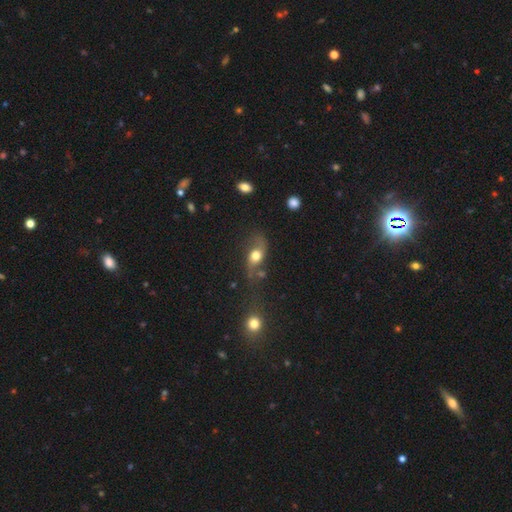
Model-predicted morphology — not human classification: type=smooth (46%); merging=none (48%).